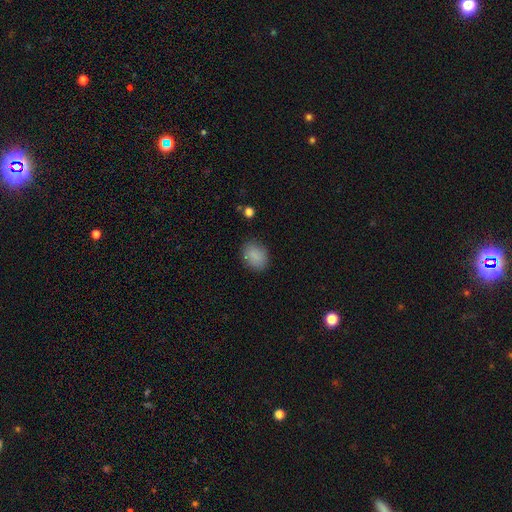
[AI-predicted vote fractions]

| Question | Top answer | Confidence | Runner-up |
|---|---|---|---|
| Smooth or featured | smooth | 87% | star or artifact (9%) |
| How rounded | in between | 63% | round (36%) |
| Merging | none | 83% | minor disturbance (12%) |